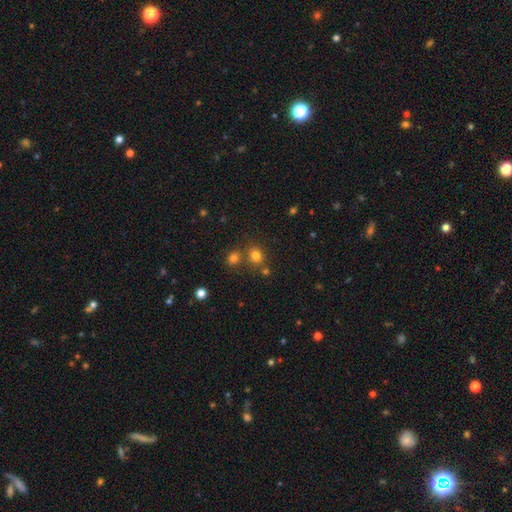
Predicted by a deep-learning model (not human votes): Overall: smooth (76%). How rounded: round (72%). Merging: none (66%).